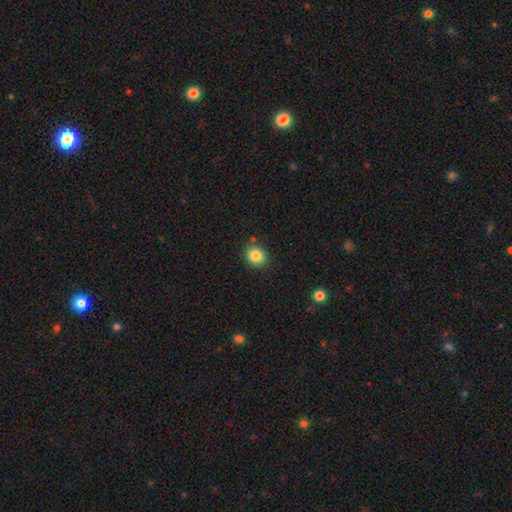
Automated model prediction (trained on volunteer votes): Morphology: type=smooth (85%); roundness=round (74%); merging=none (85%).